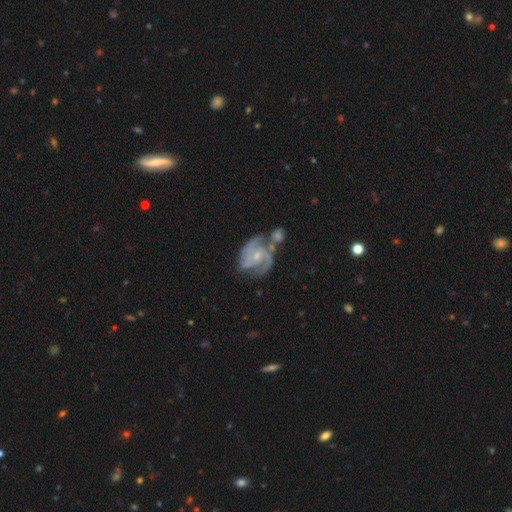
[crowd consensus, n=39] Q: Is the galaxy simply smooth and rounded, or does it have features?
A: featured or disk — 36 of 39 (92%).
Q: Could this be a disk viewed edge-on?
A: no — 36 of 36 (100%).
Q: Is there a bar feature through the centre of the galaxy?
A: no — 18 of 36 (50%).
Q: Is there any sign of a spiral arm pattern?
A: yes — 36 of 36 (100%).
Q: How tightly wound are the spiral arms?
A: medium — 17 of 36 (47%).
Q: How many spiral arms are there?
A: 2 — 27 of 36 (75%).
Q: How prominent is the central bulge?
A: small — 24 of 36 (67%).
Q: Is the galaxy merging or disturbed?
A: none — 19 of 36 (53%).